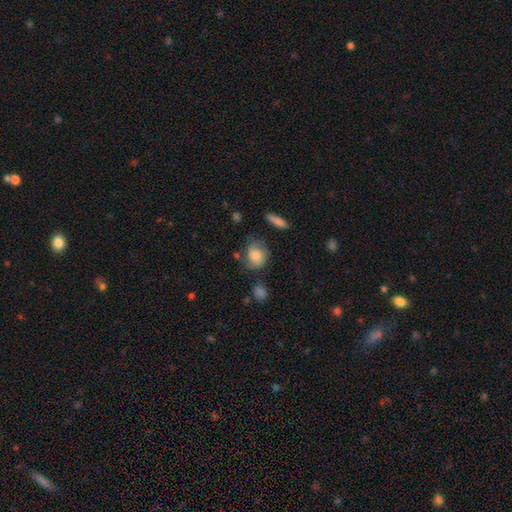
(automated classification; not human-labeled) This appears to be a smooth galaxy with no disk features (67%) that is round (55%). Merging: none (55%).